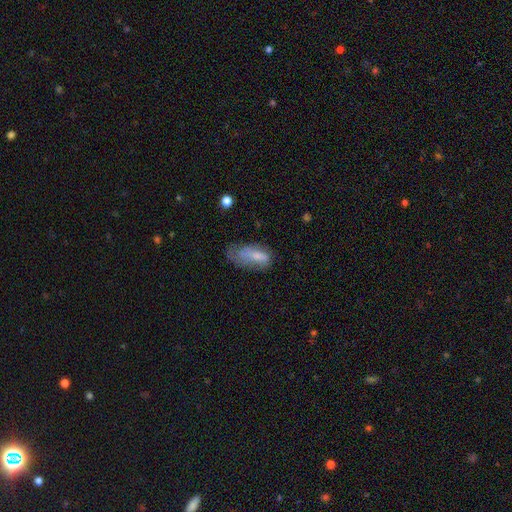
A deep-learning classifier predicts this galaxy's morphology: A smooth galaxy with no disk features (67%) that is in between round and cigar-shaped (85%). Merging: minor disturbance (33%).